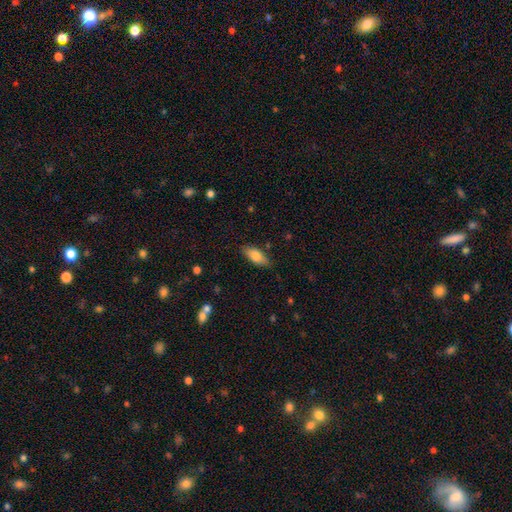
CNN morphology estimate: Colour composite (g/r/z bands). It shows a smooth galaxy with no disk features (81%) that is in between round and cigar-shaped (83%). Merging: none (83%).